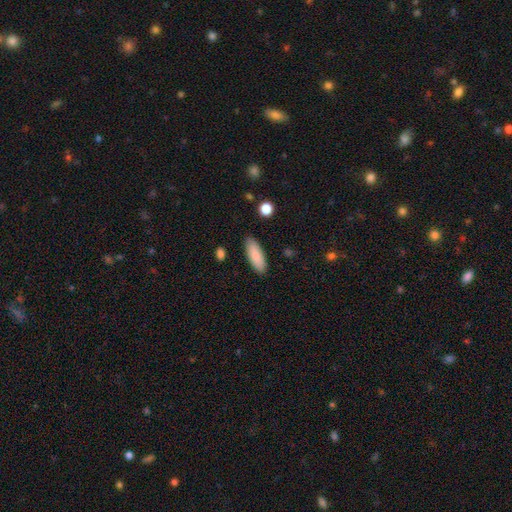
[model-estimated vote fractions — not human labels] Smooth or featured: smooth — 87% (featured or disk — 7%)
How rounded: in between — 61% (cigar-shaped — 37%)
Merging: none — 88% (minor disturbance — 9%)